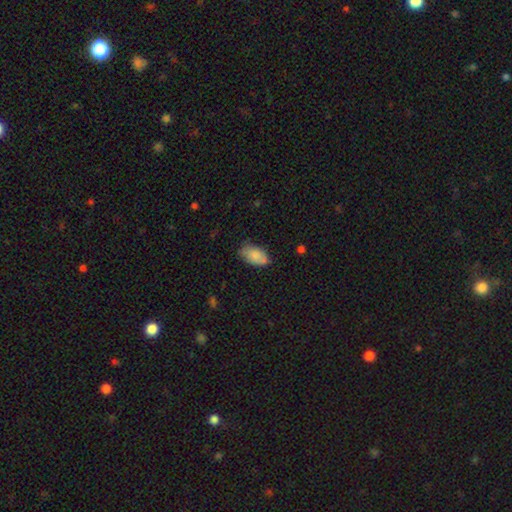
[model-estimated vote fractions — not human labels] Morphology: type=smooth (83%); roundness=in between (94%); merging=none (70%).